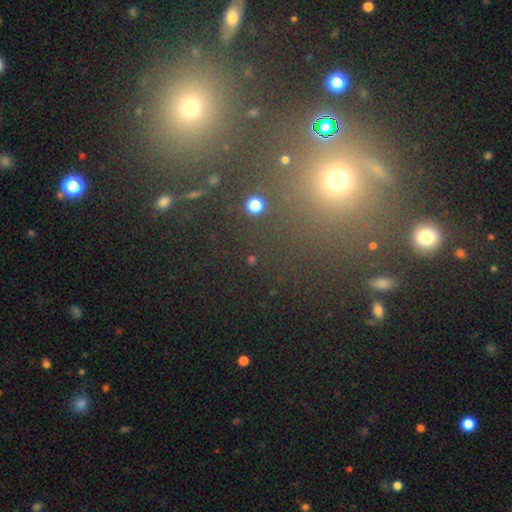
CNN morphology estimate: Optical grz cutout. It shows a star or artifact, not a galaxy (55%).